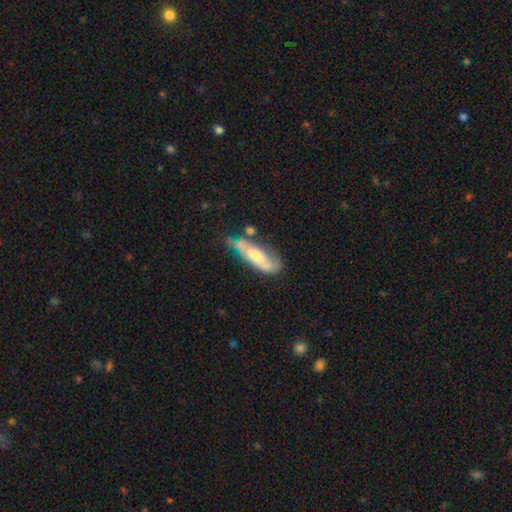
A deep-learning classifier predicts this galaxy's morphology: Overall: featured or disk (53%; smooth 40%). Edge-on disk: no (77%). Merging: none (45%; minor disturbance 31%).